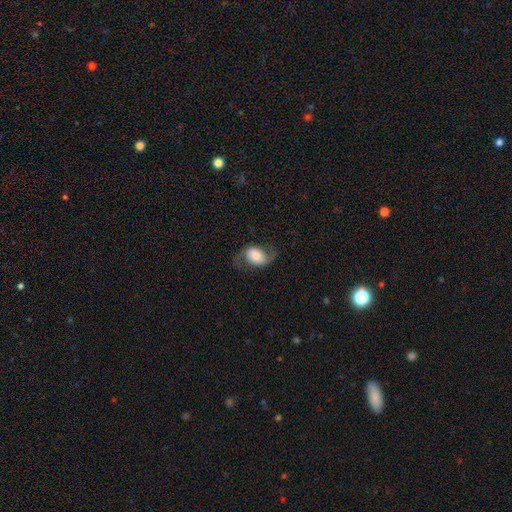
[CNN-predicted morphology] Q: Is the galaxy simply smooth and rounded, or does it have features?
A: featured or disk — 58%.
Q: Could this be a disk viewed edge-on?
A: no — 96%.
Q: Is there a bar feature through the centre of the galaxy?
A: no — 55%.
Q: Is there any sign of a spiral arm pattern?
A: yes — 89%.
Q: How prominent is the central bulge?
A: moderate — 35%.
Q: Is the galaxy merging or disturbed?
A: none — 63%.